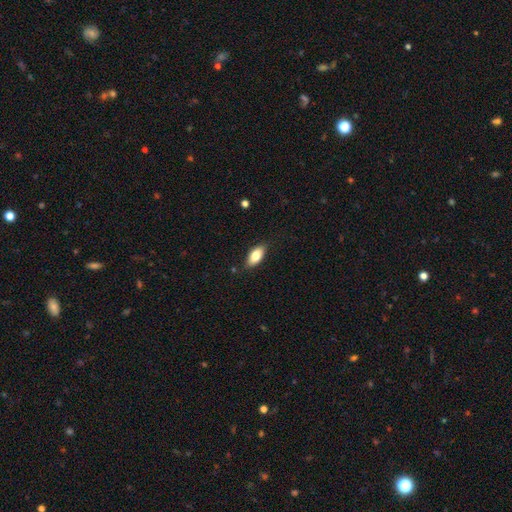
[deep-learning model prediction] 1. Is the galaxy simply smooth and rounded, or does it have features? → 77% smooth, 16% featured or disk, 7% star or artifact.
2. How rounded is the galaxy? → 88% in between, 9% cigar-shaped, 3% round.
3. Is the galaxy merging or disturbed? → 83% none, 13% minor disturbance, 2% major disturbance, 1% merger.